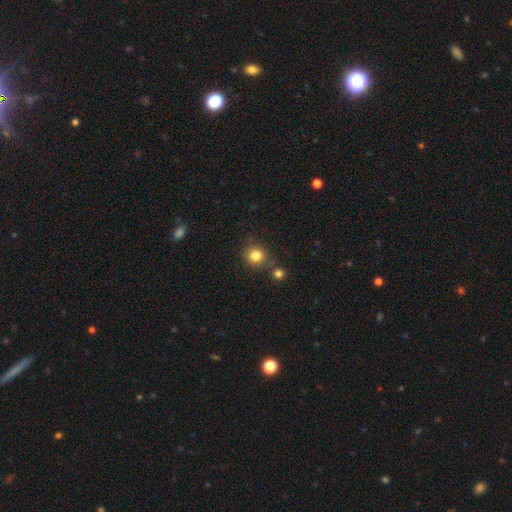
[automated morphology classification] smooth_or_featured: smooth (p=0.82) [alt: star or artifact p=0.12]
how_rounded: round (p=0.89) [alt: in between p=0.10]
merging: none (p=0.78) [alt: minor disturbance p=0.10]